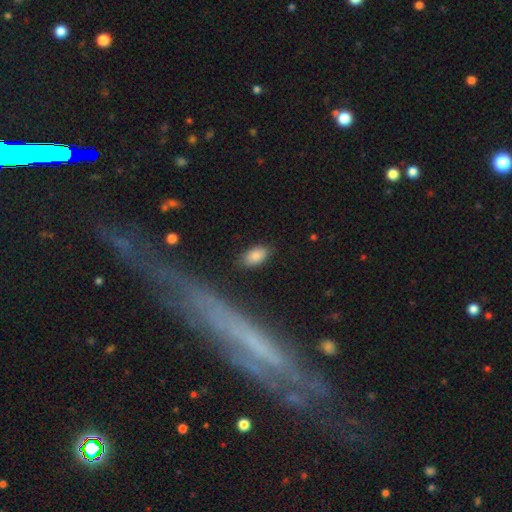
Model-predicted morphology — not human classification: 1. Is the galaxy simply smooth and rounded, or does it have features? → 86% smooth, 8% star or artifact, 7% featured or disk.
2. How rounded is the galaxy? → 93% in between, 5% round, 3% cigar-shaped.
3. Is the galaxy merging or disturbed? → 80% none, 14% minor disturbance, 3% major disturbance, 2% merger.